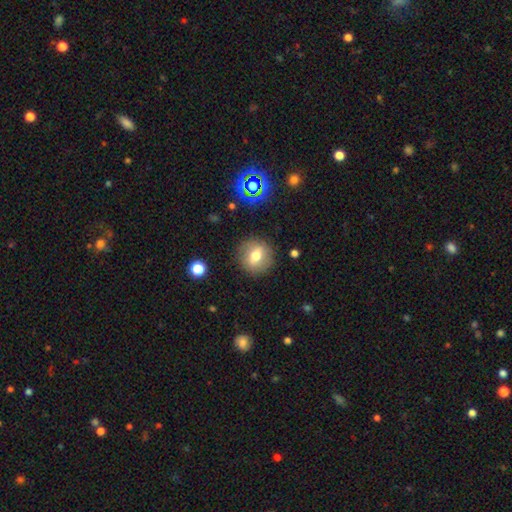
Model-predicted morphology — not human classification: smooth-or-featured: smooth: 61% | featured or disk: 27% | star or artifact: 11%
  how-rounded: round: 80% | in between: 18% | cigar-shaped: 1%
  merging: none: 85% | minor disturbance: 10% | major disturbance: 4% | merger: 1%